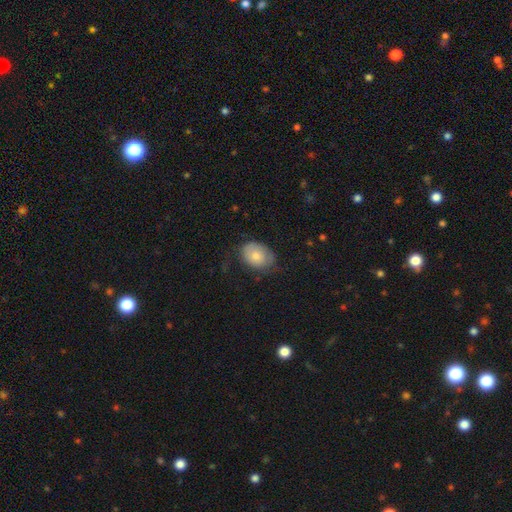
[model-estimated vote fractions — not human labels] smooth 74%, featured or disk 19%, star or artifact 7%. Down the decision tree: how rounded — in between (74%); merging — none (57%).